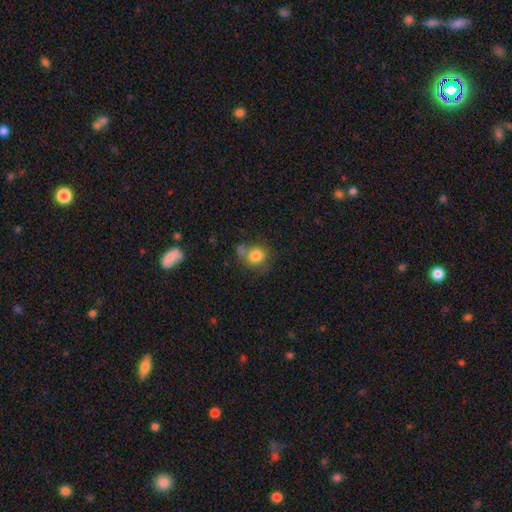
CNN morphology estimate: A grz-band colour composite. It shows a smooth galaxy with no disk features (82%) that is round (86%). Merging: none (56%).